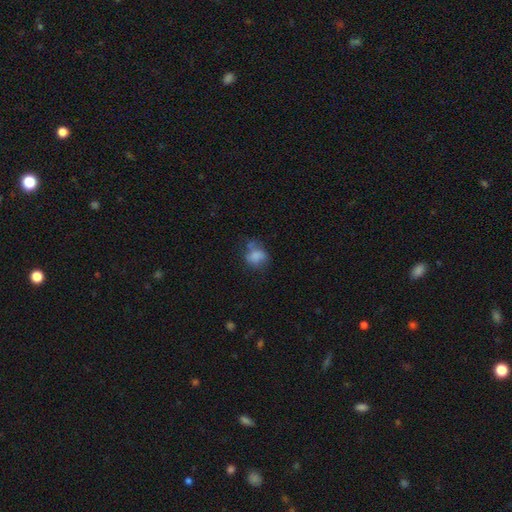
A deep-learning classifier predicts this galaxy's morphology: This appears to be a smooth galaxy with no disk features (73%) that is round (56%). Merging: none (42%).